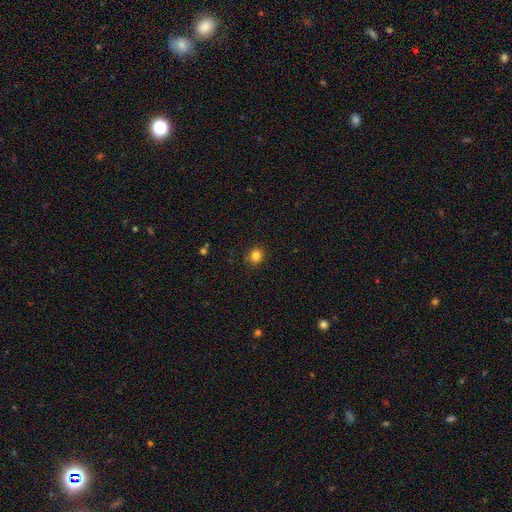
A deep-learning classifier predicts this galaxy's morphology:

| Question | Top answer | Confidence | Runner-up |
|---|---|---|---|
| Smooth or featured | smooth | 83% | star or artifact (12%) |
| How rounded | round | 83% | in between (16%) |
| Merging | none | 88% | minor disturbance (9%) |